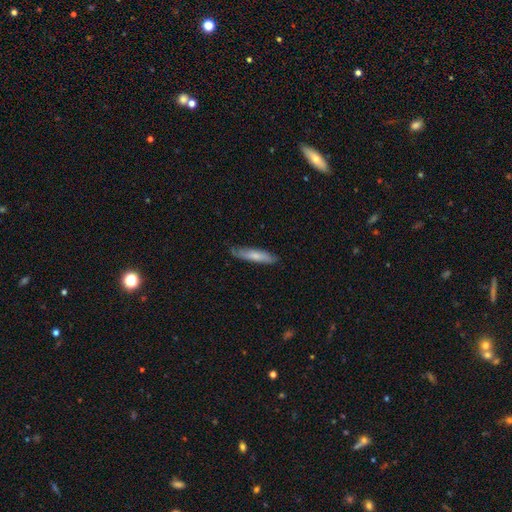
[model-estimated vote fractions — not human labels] Q: Smooth or featured?
A: smooth (70%); runner-up: featured or disk (25%)
Q: How rounded?
A: cigar-shaped (80%); runner-up: in between (18%)
Q: Merging?
A: none (75%); runner-up: minor disturbance (20%)